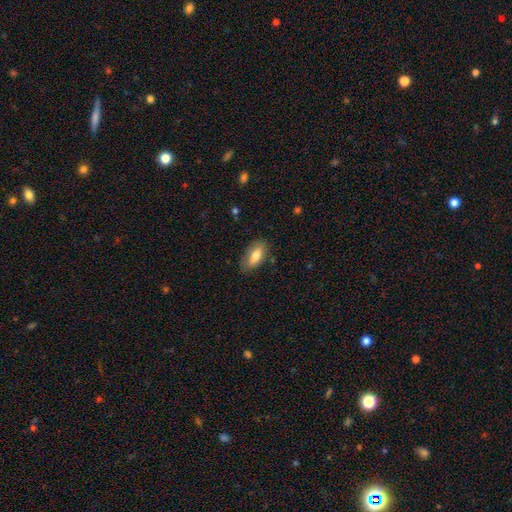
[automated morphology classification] smooth 75%, featured or disk 18%, star or artifact 7%. Down the decision tree: how rounded — in between (88%); merging — none (79%).